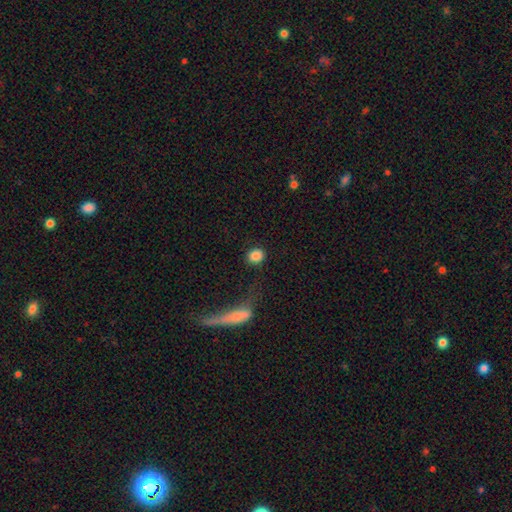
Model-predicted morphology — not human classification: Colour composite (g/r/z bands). It shows a smooth galaxy with no disk features (86%) that is round (76%). Merging: none (82%).